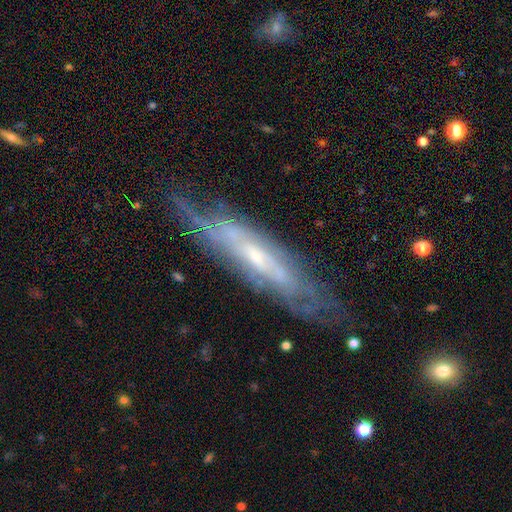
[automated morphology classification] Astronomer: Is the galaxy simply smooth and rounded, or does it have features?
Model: featured or disk — 79%.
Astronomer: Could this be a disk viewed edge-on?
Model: no — 59% (runner-up: yes, 41%).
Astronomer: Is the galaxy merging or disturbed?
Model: none — 68%.